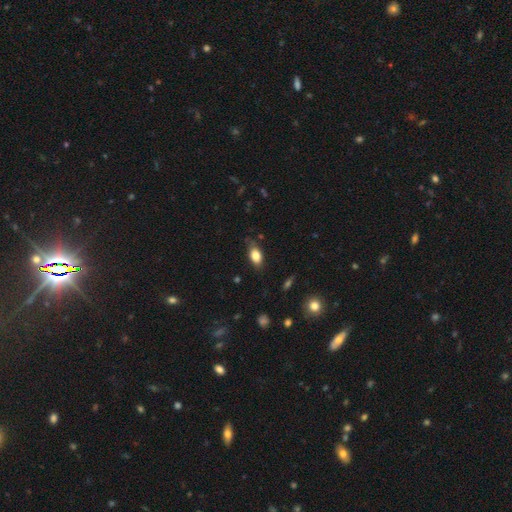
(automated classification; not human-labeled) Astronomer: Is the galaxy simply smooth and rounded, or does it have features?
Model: smooth — 81%.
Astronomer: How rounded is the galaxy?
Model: in between — 87%.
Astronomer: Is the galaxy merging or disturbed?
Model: none — 72%.